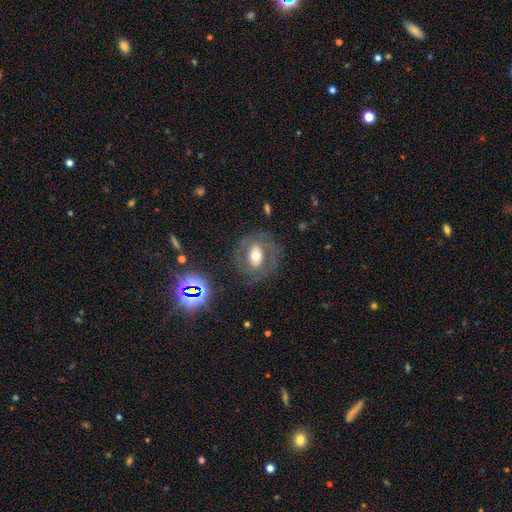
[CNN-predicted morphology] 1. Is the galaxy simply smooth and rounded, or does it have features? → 59% featured or disk, 31% smooth, 10% star or artifact.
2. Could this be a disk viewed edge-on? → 94% no, 6% yes.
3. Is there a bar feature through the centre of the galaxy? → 41% no, 32% weak, 27% strong.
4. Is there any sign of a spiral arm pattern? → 54% yes, 46% no.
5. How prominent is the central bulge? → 65% moderate, 20% large, 12% small, 2% dominant, 1% none.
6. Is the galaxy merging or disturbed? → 74% none, 14% minor disturbance, 11% major disturbance, 2% merger.